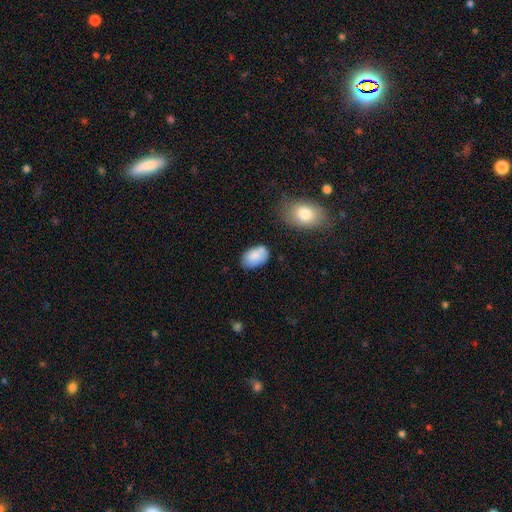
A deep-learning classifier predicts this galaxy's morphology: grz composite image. It shows a smooth galaxy with no disk features (85%) that is in between round and cigar-shaped (91%). Merging: none (66%).